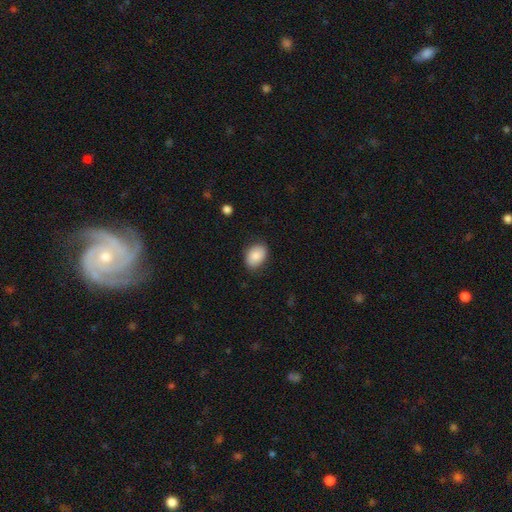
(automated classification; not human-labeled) Smooth or featured?
  - smooth: 85% *
  - featured or disk: 8%
  - star or artifact: 7%
How rounded?
  - in between: 76% *
  - round: 23%
  - cigar-shaped: 1%
Merging?
  - none: 80% *
  - minor disturbance: 15%
  - major disturbance: 3%
  - merger: 1%